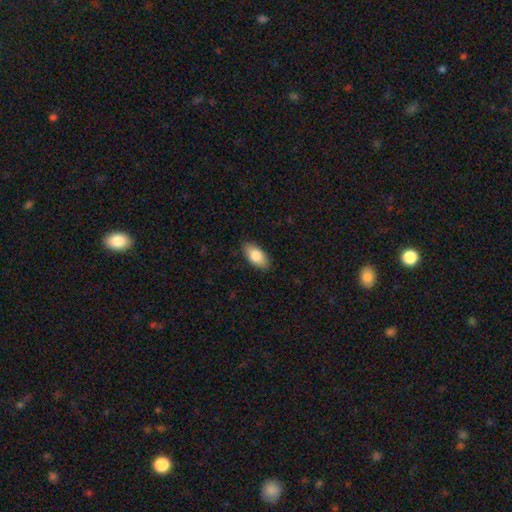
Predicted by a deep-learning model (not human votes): Overall: smooth (81%). How rounded: in between (91%). Merging: none (88%).